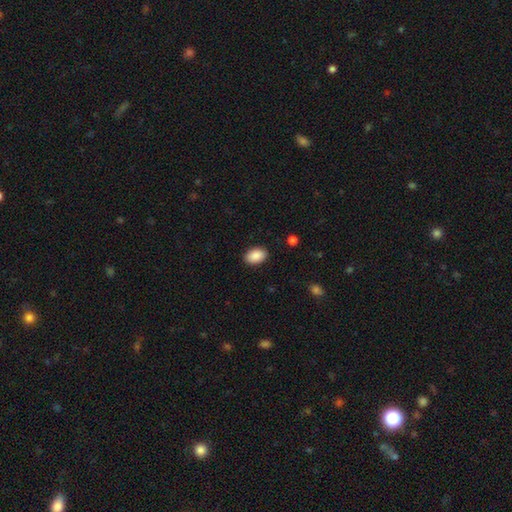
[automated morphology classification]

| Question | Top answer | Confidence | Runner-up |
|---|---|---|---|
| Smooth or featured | smooth | 90% | star or artifact (7%) |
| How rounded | in between | 89% | round (10%) |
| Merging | none | 89% | minor disturbance (8%) |